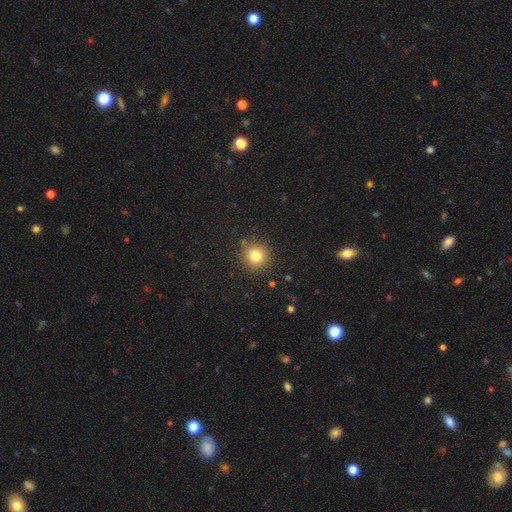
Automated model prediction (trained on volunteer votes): Morphology: type=smooth (80%); roundness=round (94%); merging=none (89%).